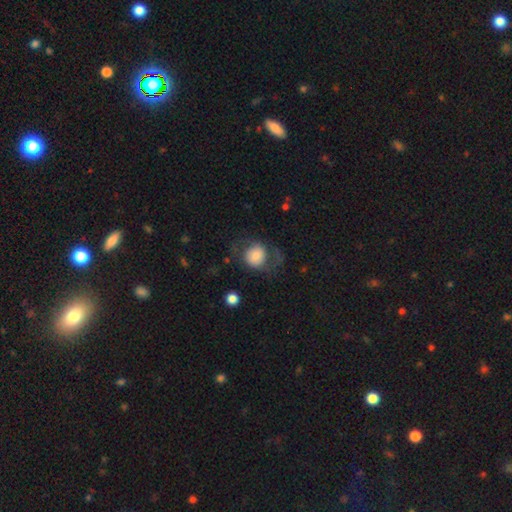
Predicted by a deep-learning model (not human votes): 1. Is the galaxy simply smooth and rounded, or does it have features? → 64% smooth, 29% featured or disk, 7% star or artifact.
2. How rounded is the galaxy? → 78% round, 21% in between, 1% cigar-shaped.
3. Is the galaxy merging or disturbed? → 51% none, 27% major disturbance, 20% minor disturbance, 3% merger.